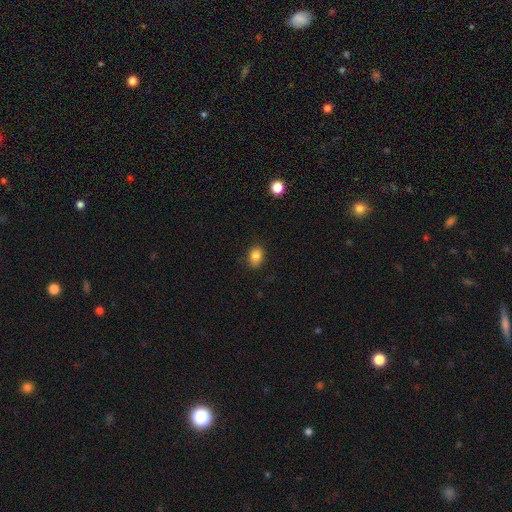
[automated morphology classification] Smooth or featured?
  - smooth: 83% *
  - star or artifact: 11%
  - featured or disk: 6%
How rounded?
  - in between: 65% *
  - round: 34%
  - cigar-shaped: 1%
Merging?
  - none: 84% *
  - minor disturbance: 12%
  - major disturbance: 2%
  - merger: 1%